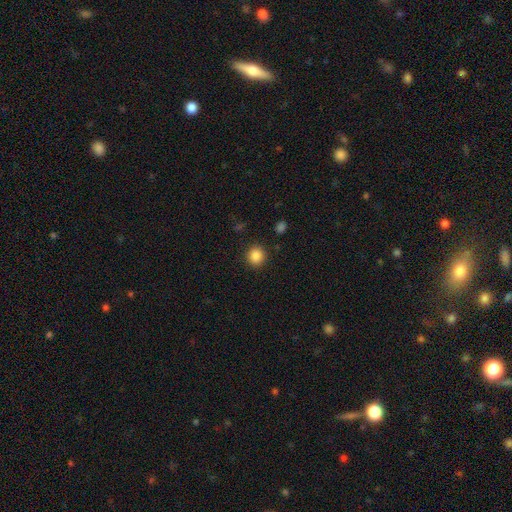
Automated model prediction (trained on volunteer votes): This is clearly a smooth galaxy (87%). How rounded: clearly round (89%). Merging: clearly none (90%).